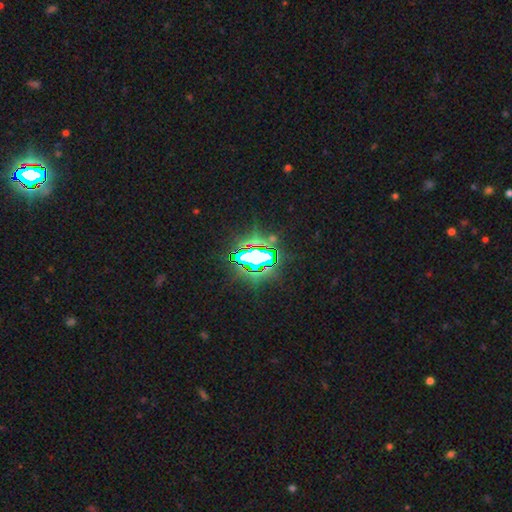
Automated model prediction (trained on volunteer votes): star or artifact 75%, smooth 14%, featured or disk 11%.